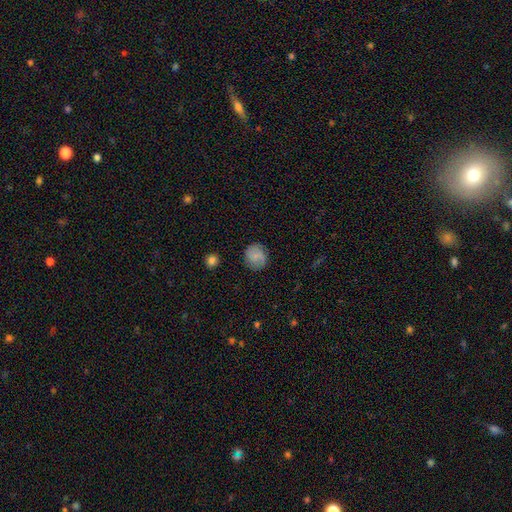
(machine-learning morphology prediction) smooth_or_featured: smooth (p=0.70) [alt: featured or disk p=0.21]
how_rounded: round (p=0.81) [alt: in between p=0.18]
merging: none (p=0.83) [alt: minor disturbance p=0.13]